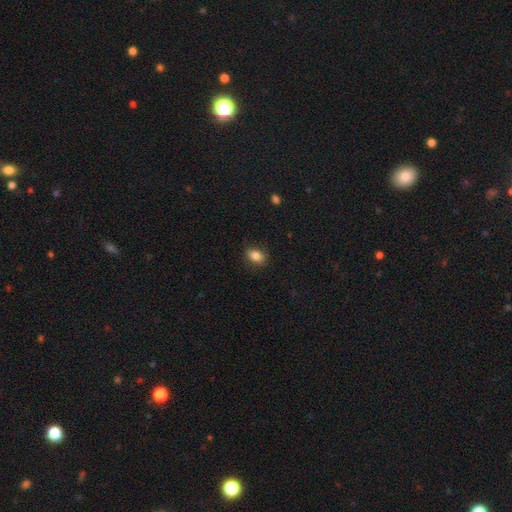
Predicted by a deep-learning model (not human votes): Smooth or featured?
  - smooth: 85% *
  - star or artifact: 9%
  - featured or disk: 6%
How rounded?
  - in between: 76% *
  - round: 22%
  - cigar-shaped: 2%
Merging?
  - none: 84% *
  - minor disturbance: 12%
  - major disturbance: 3%
  - merger: 1%